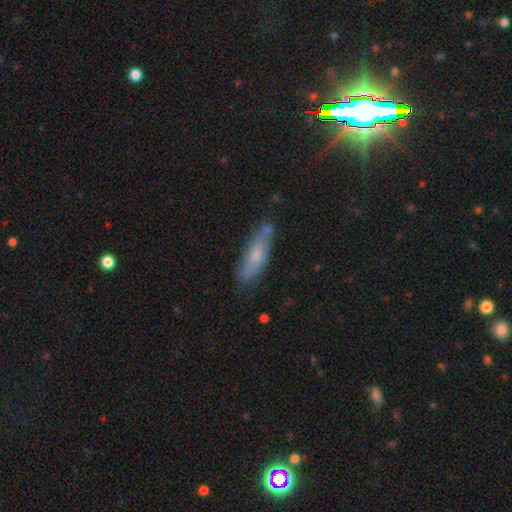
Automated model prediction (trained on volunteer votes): Smooth or featured: smooth — 63% (featured or disk — 30%)
How rounded: cigar-shaped — 58% (in between — 40%)
Merging: none — 68% (minor disturbance — 21%)